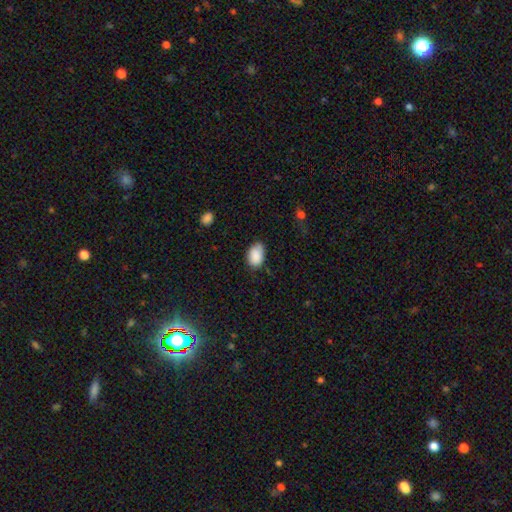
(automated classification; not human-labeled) smooth 87%, star or artifact 7%, featured or disk 6%. Down the decision tree: how rounded — in between (88%); merging — none (63%).